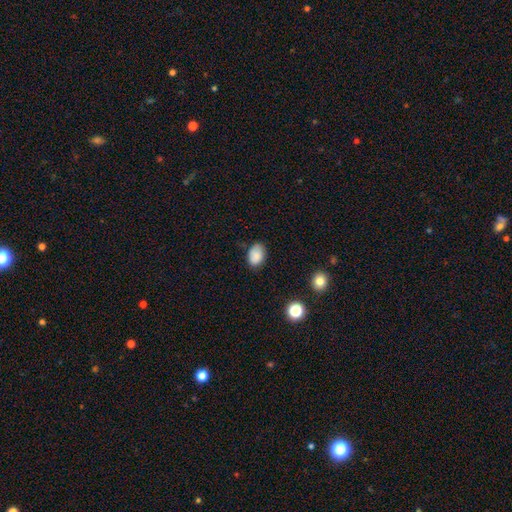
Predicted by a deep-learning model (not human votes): Smooth or featured? smooth (85%)
How rounded? in between (83%)
Merging? none (73%)